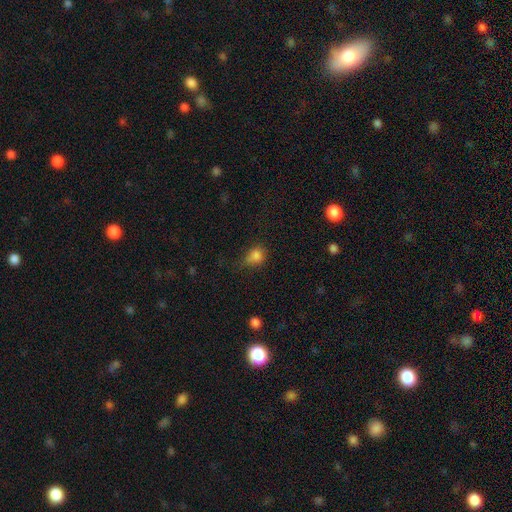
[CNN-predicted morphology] smooth-or-featured: smooth: 80% | star or artifact: 13% | featured or disk: 7%
  how-rounded: round: 65% | in between: 34% | cigar-shaped: 1%
  merging: none: 50% | minor disturbance: 32% | major disturbance: 12% | merger: 6%